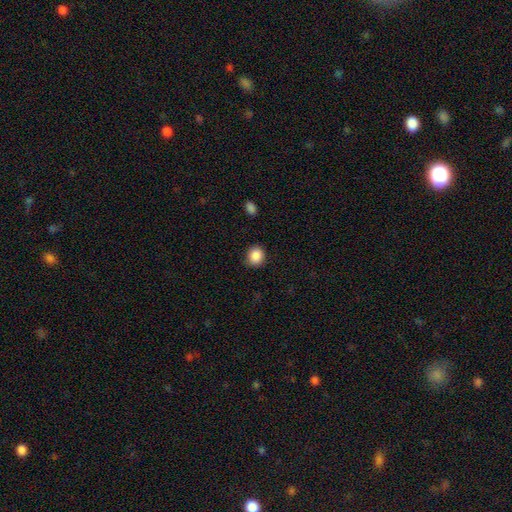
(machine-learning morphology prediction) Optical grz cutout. It shows a smooth galaxy with no disk features (88%) that is round (80%). Merging: none (85%).